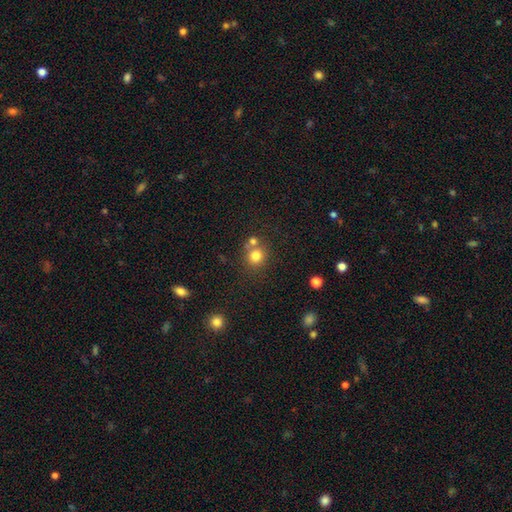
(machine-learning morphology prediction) smooth 78%, star or artifact 14%, featured or disk 8%. Down the decision tree: how rounded — round (88%); merging — none (62%).